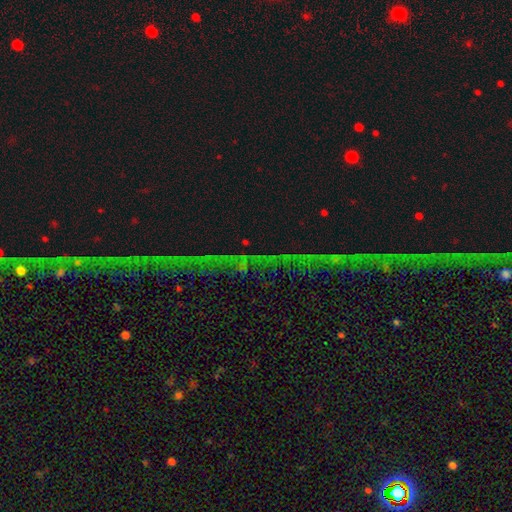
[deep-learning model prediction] This is likely a star or artifact rather than a galaxy (75%).